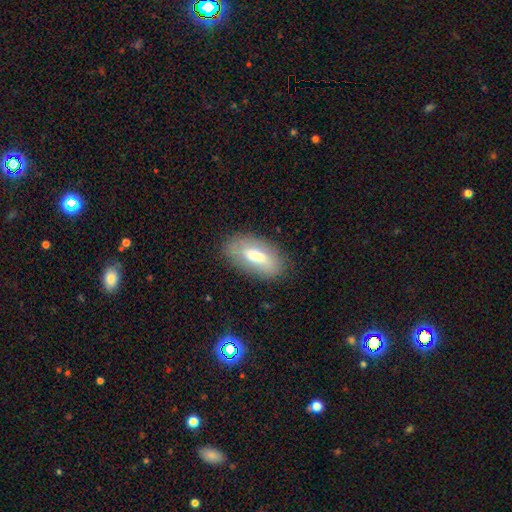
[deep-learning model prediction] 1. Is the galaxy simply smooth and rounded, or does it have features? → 58% smooth, 34% featured or disk, 8% star or artifact.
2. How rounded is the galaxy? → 87% in between, 10% cigar-shaped, 3% round.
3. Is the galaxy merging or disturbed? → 81% none, 13% minor disturbance, 4% major disturbance, 2% merger.